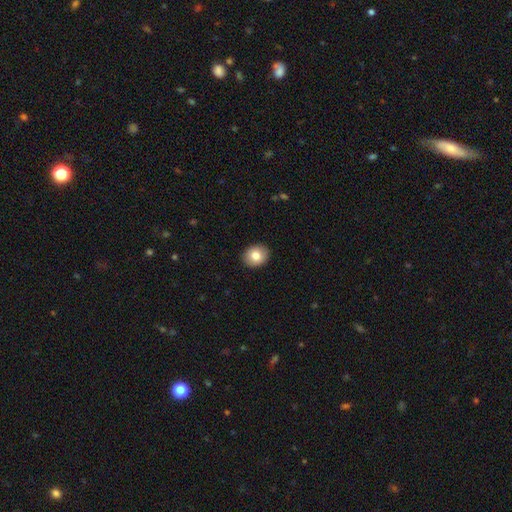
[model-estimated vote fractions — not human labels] smooth 82%, featured or disk 10%, star or artifact 8%. Down the decision tree: how rounded — round (60%); merging — none (91%).